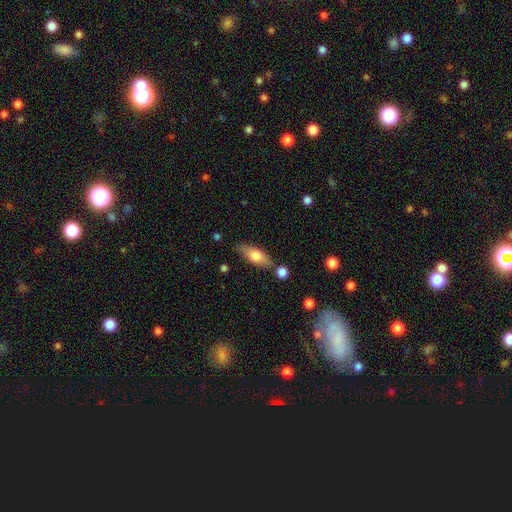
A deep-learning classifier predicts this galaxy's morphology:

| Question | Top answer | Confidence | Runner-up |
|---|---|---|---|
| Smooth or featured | smooth | 67% | featured or disk (27%) |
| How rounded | in between | 66% | cigar-shaped (31%) |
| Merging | none | 76% | minor disturbance (14%) |